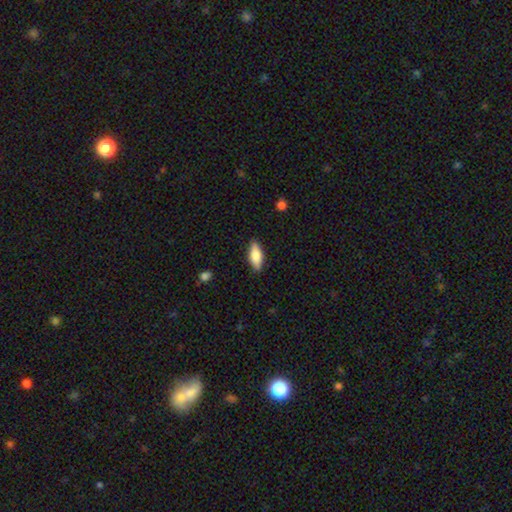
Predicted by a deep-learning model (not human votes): smooth 75%, featured or disk 19%, star or artifact 6%. Down the decision tree: how rounded — in between (73%); merging — none (86%).